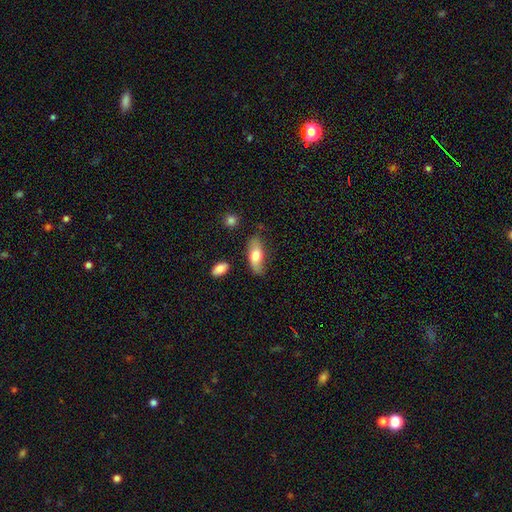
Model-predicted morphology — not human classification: The model was most divided on "smooth or featured": smooth: 67%, featured or disk: 27%, star or artifact: 6%. More confident: how rounded — in between (79%); merging — none (69%).